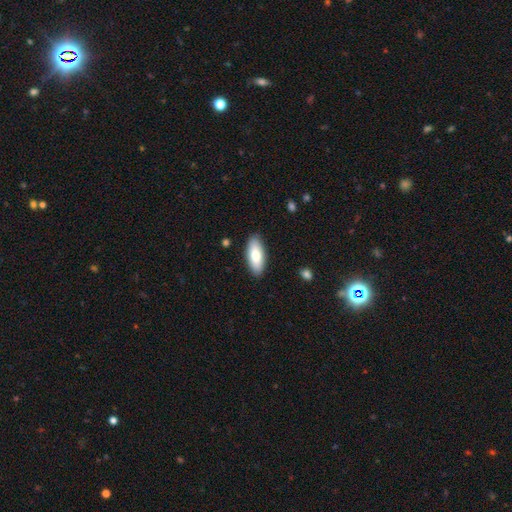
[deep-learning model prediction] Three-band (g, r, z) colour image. It shows a smooth galaxy with no disk features (76%) that is in between round and cigar-shaped (82%). Merging: none (88%).